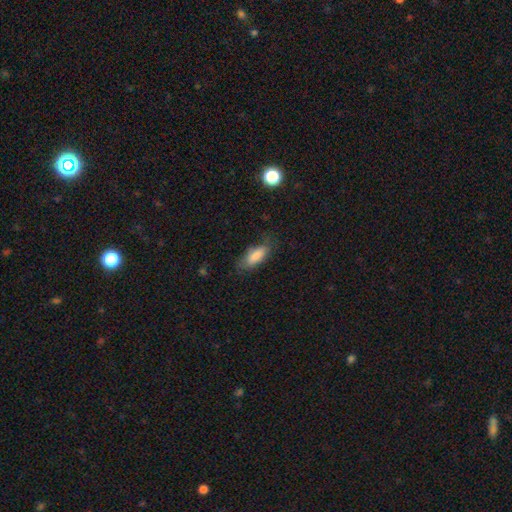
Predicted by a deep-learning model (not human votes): A smooth galaxy with no disk features (81%) that is in between round and cigar-shaped (71%). Merging: none (67%).